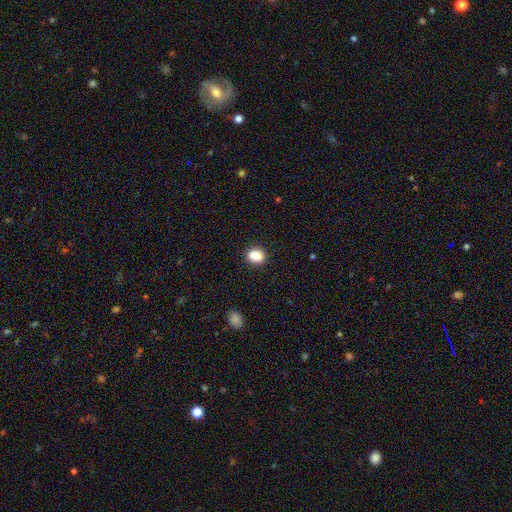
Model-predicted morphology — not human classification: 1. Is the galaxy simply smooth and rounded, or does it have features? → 87% smooth, 9% star or artifact, 4% featured or disk.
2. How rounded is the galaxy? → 56% in between, 43% round, 1% cigar-shaped.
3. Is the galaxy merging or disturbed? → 86% none, 9% minor disturbance, 3% major disturbance, 2% merger.